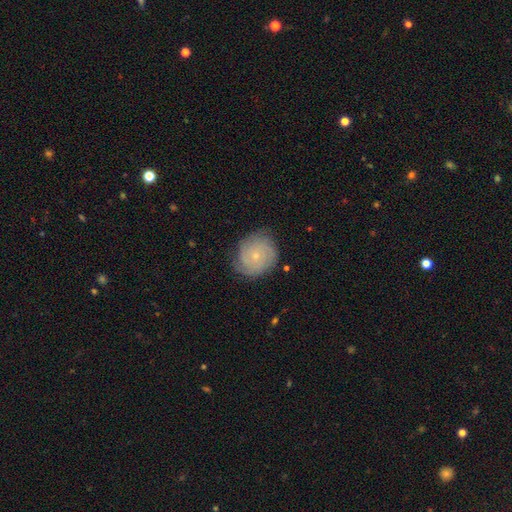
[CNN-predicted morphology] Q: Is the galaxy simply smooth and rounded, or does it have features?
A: featured or disk — 68%.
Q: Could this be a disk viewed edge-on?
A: no — 98%.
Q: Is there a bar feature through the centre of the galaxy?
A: no — 84%.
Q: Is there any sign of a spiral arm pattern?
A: yes — 91%.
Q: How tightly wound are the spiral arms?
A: tight — 71%.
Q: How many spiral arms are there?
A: can't tell — 35%.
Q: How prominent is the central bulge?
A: small — 79%.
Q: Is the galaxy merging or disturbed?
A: none — 78%.